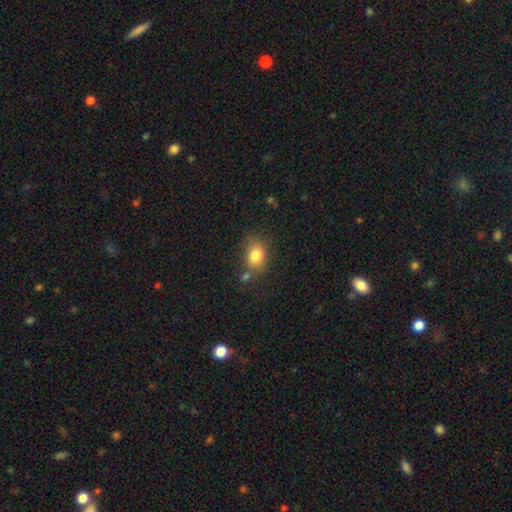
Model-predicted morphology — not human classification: This appears to be a smooth galaxy with no disk features (81%) that is in between round and cigar-shaped (64%). Merging: none (64%).